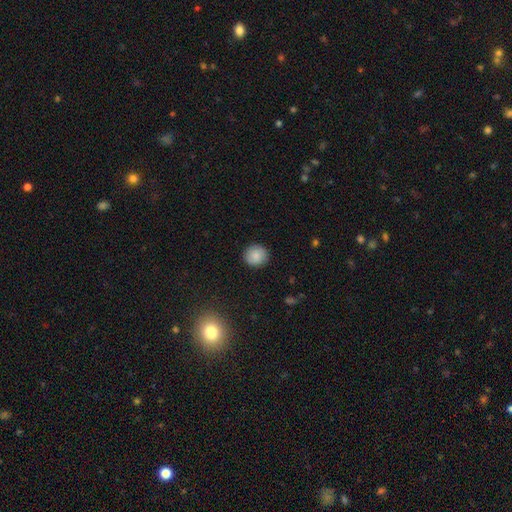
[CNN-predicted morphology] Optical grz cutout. It shows a smooth galaxy with no disk features (86%) that is round (90%). Merging: none (90%).